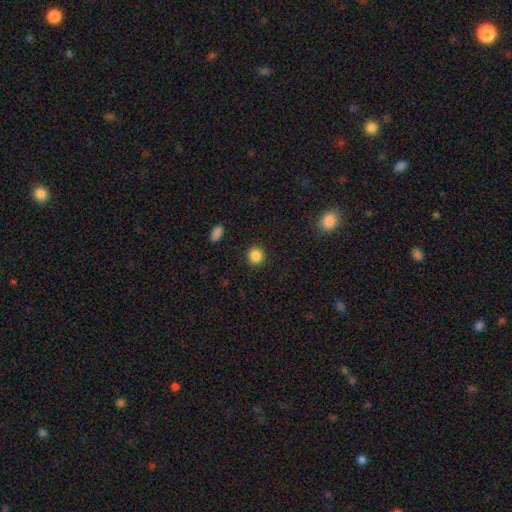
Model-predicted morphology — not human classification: The model was most divided on "smooth or featured": smooth: 86%, star or artifact: 11%, featured or disk: 4%. More confident: merging — none (92%); how rounded — round (91%).